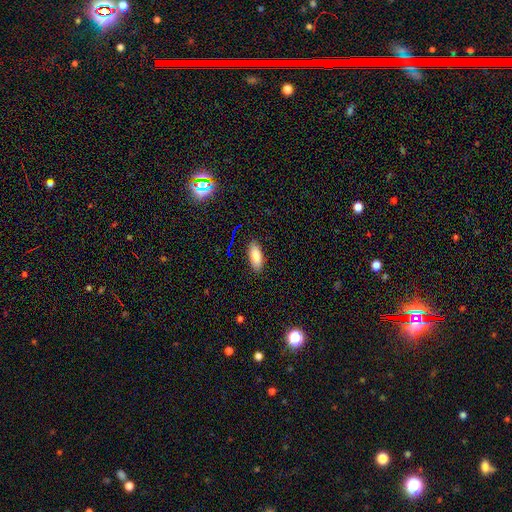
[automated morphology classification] Smooth or featured? smooth (81%)
How rounded? in between (82%)
Merging? none (87%)